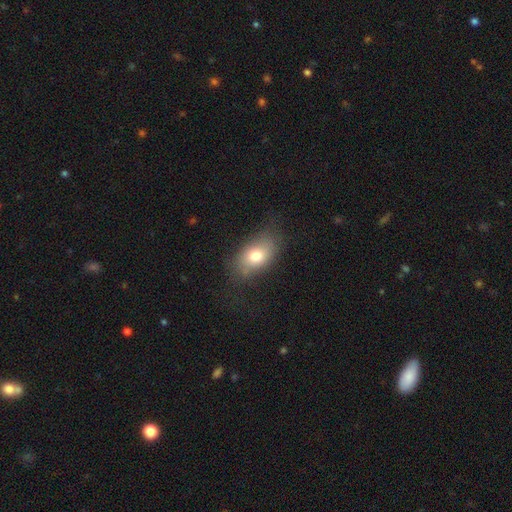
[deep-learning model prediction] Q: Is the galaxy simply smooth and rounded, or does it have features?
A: smooth — 75%.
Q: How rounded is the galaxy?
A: in between — 84%.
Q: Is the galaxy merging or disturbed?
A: none — 72%.